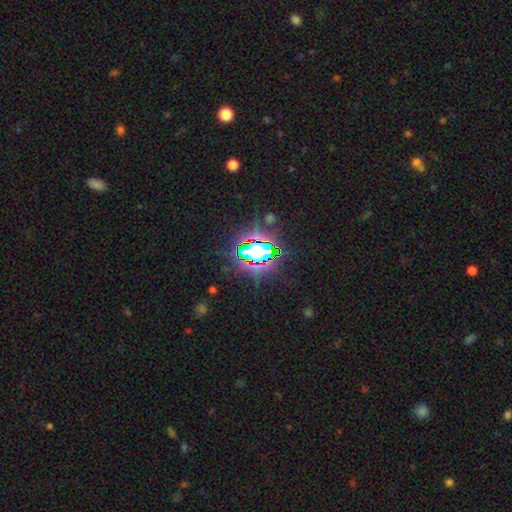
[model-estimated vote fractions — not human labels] Smooth or featured? Predicted: star or artifact (p=0.80).